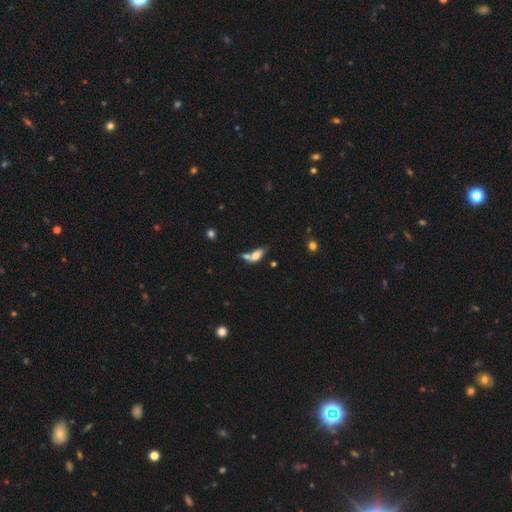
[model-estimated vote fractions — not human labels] smooth-or-featured: smooth: 67% | featured or disk: 23% | star or artifact: 10%
  how-rounded: in between: 79% | cigar-shaped: 14% | round: 7%
  merging: merger: 55% | none: 25% | minor disturbance: 12% | major disturbance: 9%